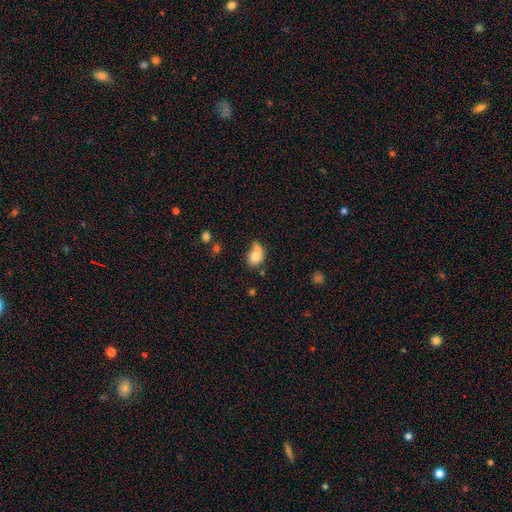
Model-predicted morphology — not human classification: type=smooth (75%); roundness=in between (67%); merging=none (34%).